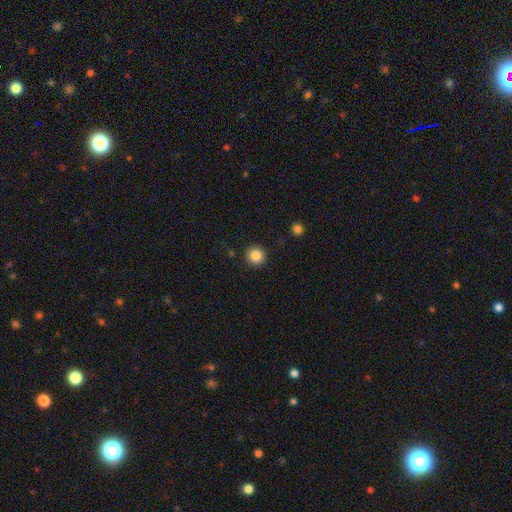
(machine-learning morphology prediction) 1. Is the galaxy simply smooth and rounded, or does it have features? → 86% smooth, 10% star or artifact, 4% featured or disk.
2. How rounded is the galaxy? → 94% round, 5% in between, 1% cigar-shaped.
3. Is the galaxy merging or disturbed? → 91% none, 5% minor disturbance, 2% major disturbance, 1% merger.